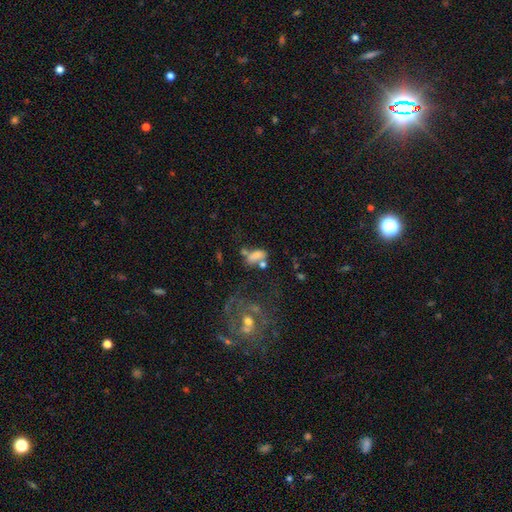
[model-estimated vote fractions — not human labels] A smooth galaxy with no disk features (61%) that is in between round and cigar-shaped (82%). Merging: merger (34%).